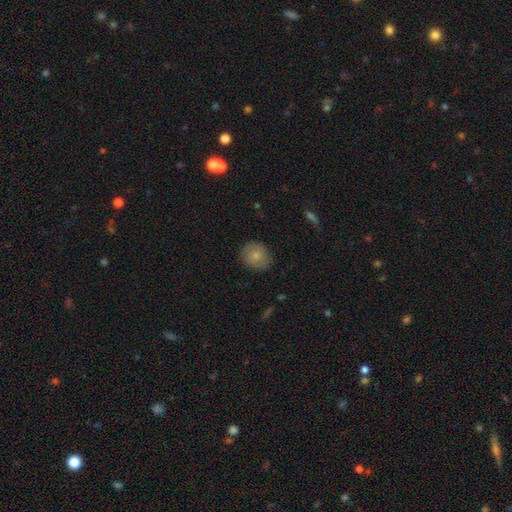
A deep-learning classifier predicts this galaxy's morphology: A smooth galaxy with no disk features (80%) that is round (75%). Merging: none (85%).